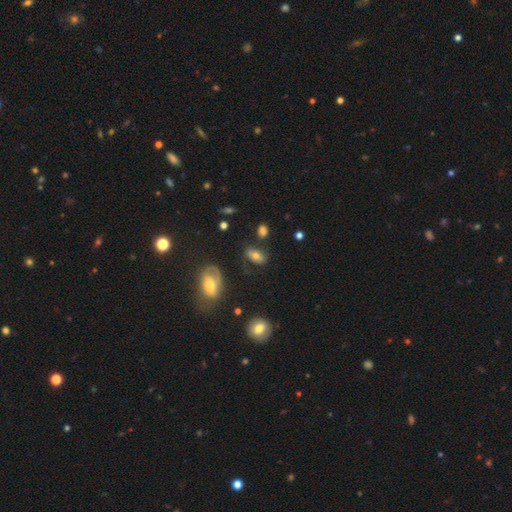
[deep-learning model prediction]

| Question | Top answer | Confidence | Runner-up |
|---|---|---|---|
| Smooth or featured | smooth | 61% | featured or disk (27%) |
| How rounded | in between | 86% | round (10%) |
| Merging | none | 66% | minor disturbance (18%) |